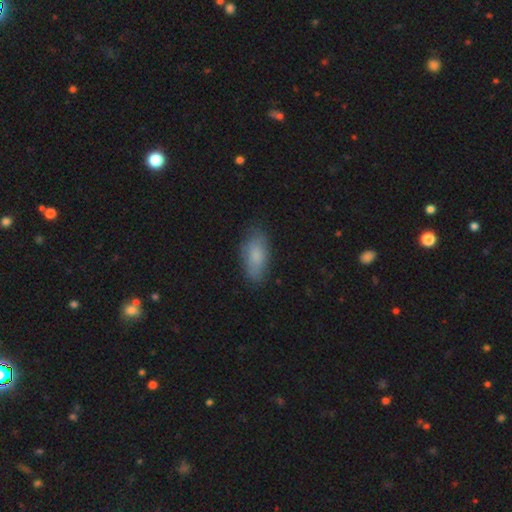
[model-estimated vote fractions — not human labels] Smooth or featured?
  - smooth: 81% *
  - featured or disk: 12%
  - star or artifact: 7%
How rounded?
  - in between: 86% *
  - cigar-shaped: 12%
  - round: 2%
Merging?
  - none: 78% *
  - minor disturbance: 17%
  - major disturbance: 4%
  - merger: 1%